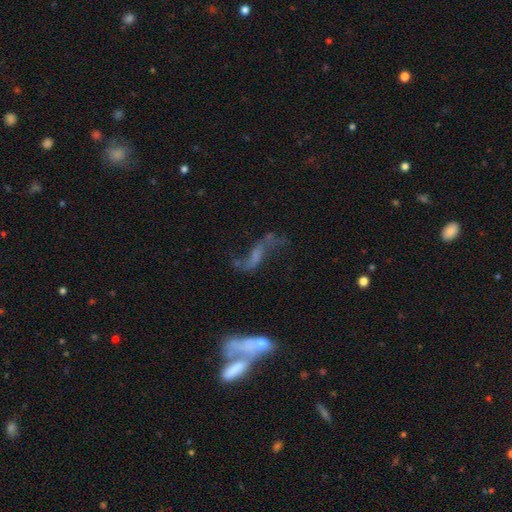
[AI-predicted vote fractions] Smooth or featured? Predicted: featured or disk (p=0.69). Edge-on disk? Predicted: no (p=0.88). Bar? Predicted: no (p=0.43). Spiral arms? Predicted: yes (p=0.76). Bulge size? Predicted: none (p=0.51). Merging? Predicted: none (p=0.42).